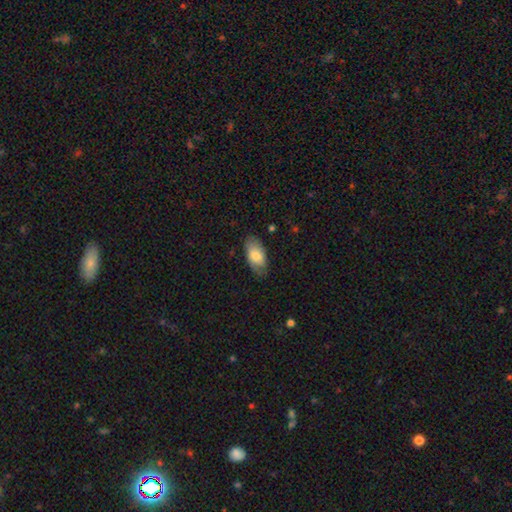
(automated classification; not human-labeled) smooth-or-featured: smooth: 72% | featured or disk: 22% | star or artifact: 6%
  how-rounded: in between: 93% | cigar-shaped: 4% | round: 3%
  merging: none: 73% | minor disturbance: 21% | major disturbance: 5% | merger: 1%